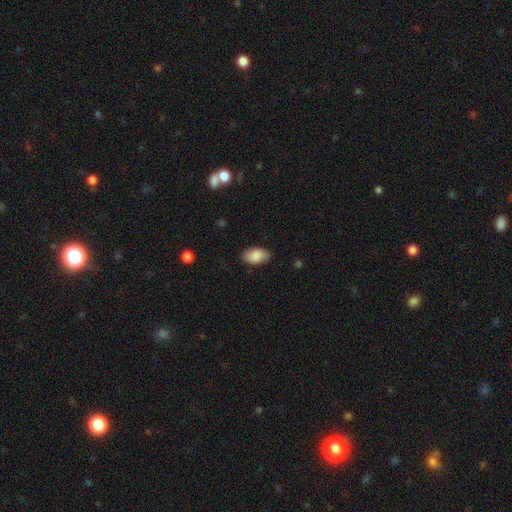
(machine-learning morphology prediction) A smooth galaxy with no disk features (88%) that is in between round and cigar-shaped (93%). Merging: none (84%).